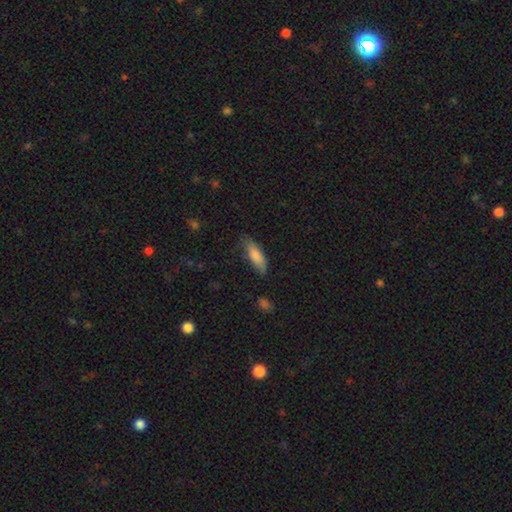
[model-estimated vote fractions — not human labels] Q: Smooth or featured?
A: smooth (83%); runner-up: featured or disk (10%)
Q: How rounded?
A: in between (62%); runner-up: cigar-shaped (37%)
Q: Merging?
A: none (61%); runner-up: minor disturbance (30%)